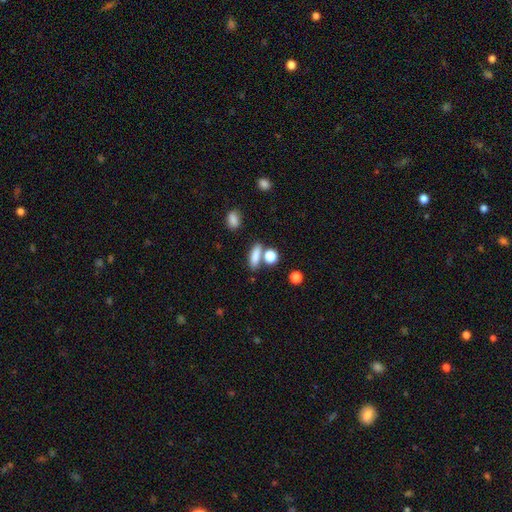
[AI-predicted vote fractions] smooth_or_featured: smooth (p=0.81) [alt: star or artifact p=0.10]
how_rounded: in between (p=0.51) [alt: cigar-shaped p=0.34]
merging: none (p=0.63) [alt: merger p=0.21]